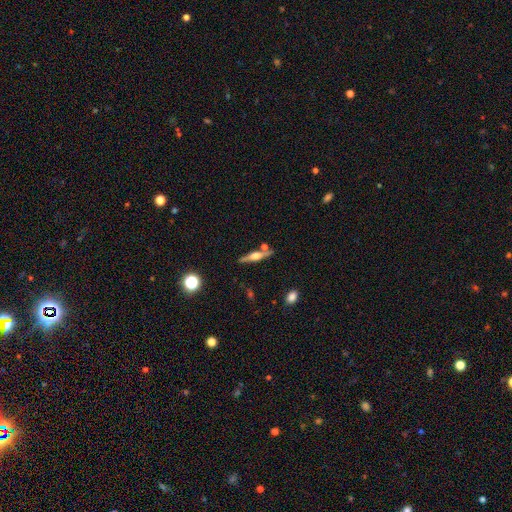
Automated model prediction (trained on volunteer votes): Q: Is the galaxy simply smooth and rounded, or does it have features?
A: featured or disk — 67%.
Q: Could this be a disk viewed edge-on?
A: yes — 96%.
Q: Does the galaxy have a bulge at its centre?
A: rounded — 88%.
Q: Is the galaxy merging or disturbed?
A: none — 77%.